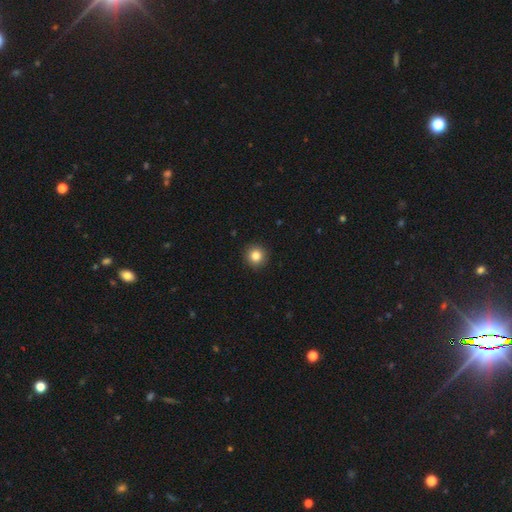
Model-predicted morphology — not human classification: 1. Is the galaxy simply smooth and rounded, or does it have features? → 84% smooth, 11% star or artifact, 5% featured or disk.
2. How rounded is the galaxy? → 95% round, 4% in between, 1% cigar-shaped.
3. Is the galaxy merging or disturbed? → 93% none, 5% minor disturbance, 2% major disturbance, 1% merger.